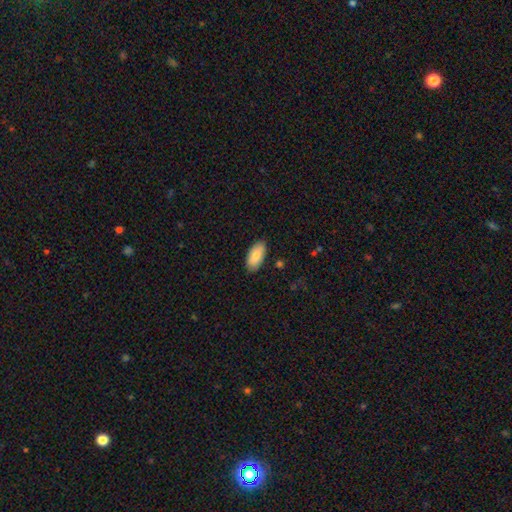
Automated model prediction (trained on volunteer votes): A smooth galaxy with no disk features (85%) that is in between round and cigar-shaped (92%). Merging: none (86%).